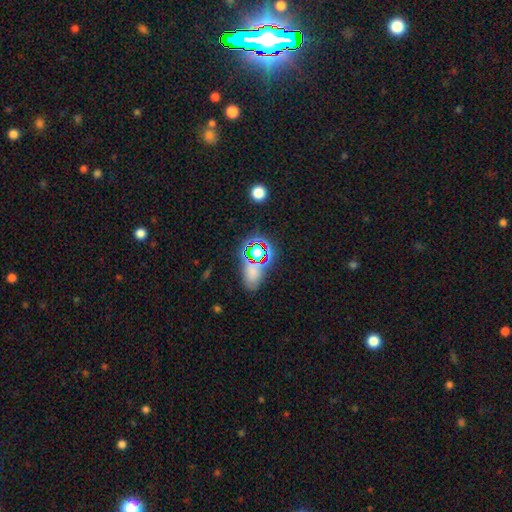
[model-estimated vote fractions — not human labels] Morphology: type=star or artifact (62%).